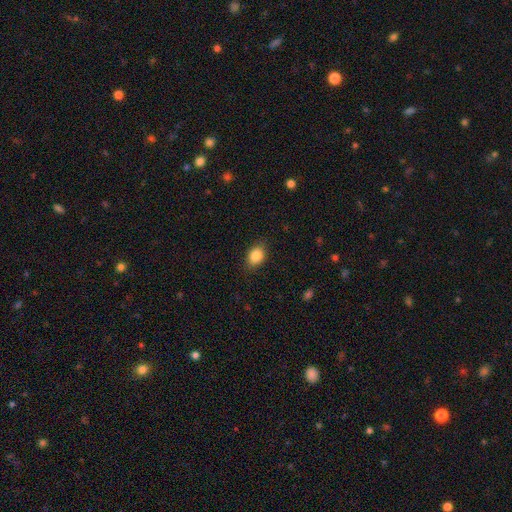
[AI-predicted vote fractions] Smooth or featured?
  - smooth: 87% *
  - star or artifact: 9%
  - featured or disk: 5%
How rounded?
  - in between: 66% *
  - round: 33%
  - cigar-shaped: 1%
Merging?
  - none: 84% *
  - minor disturbance: 12%
  - major disturbance: 3%
  - merger: 1%